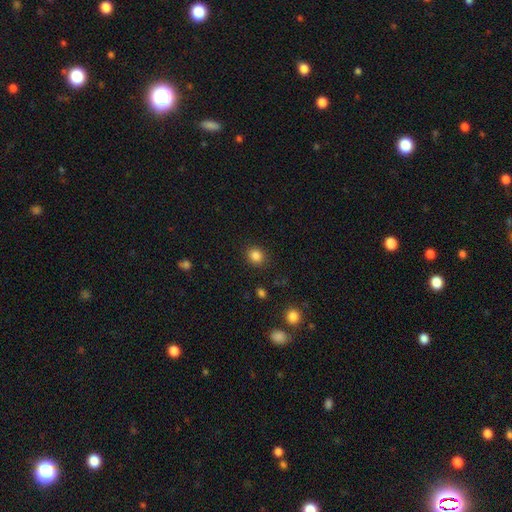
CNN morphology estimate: smooth 85%, star or artifact 11%, featured or disk 4%. Down the decision tree: how rounded — round (77%); merging — none (89%).